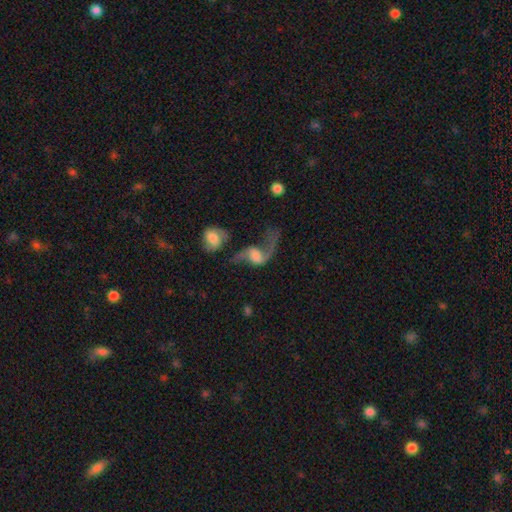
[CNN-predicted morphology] Smooth or featured?
  - featured or disk: 77% *
  - smooth: 16%
  - star or artifact: 8%
Edge-on disk?
  - no: 96% *
  - yes: 4%
Bar?
  - no: 48% *
  - weak: 40%
  - strong: 12%
Spiral arms?
  - yes: 91% *
  - no: 9%
Spiral winding?
  - loose: 87% *
  - medium: 10%
  - tight: 2%
Spiral arm count?
  - 2: 78% *
  - 1: 17%
  - can't tell: 2%
  - 3: 1%
  - 4: 1%
  - more than 4: 1%
Bulge size?
  - moderate: 32% *
  - small: 25%
  - none: 22%
  - large: 18%
  - dominant: 4%
Merging?
  - none: 32% *
  - major disturbance: 29%
  - merger: 26%
  - minor disturbance: 13%